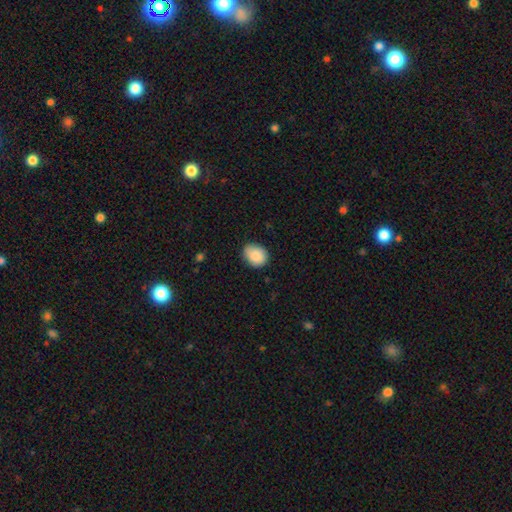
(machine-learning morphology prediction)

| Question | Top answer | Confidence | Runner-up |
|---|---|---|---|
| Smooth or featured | smooth | 88% | star or artifact (7%) |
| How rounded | in between | 50% | round (49%) |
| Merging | none | 77% | minor disturbance (19%) |